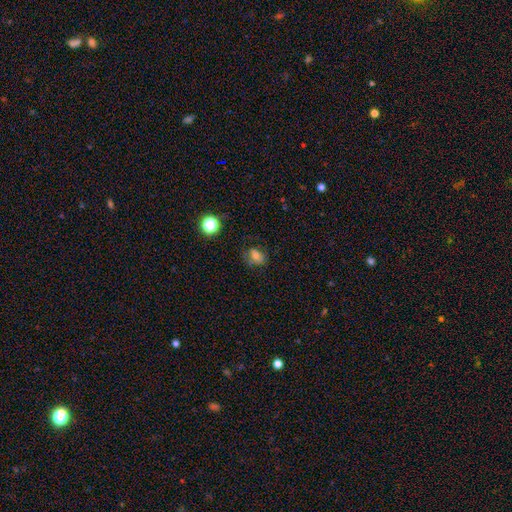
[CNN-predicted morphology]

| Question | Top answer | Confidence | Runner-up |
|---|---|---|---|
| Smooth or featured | smooth | 69% | star or artifact (16%) |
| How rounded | in between | 66% | round (32%) |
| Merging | none | 65% | minor disturbance (23%) |